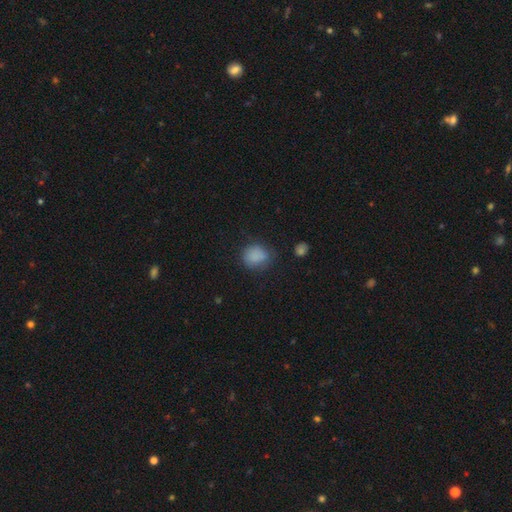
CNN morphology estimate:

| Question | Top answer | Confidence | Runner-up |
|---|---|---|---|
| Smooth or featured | smooth | 84% | star or artifact (10%) |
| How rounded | round | 66% | in between (33%) |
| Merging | none | 68% | minor disturbance (22%) |